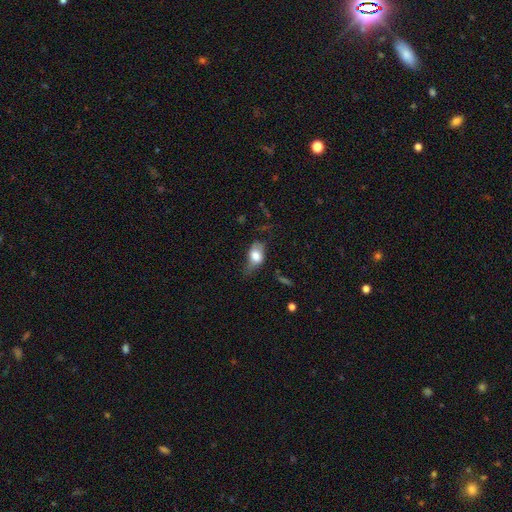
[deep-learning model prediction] A smooth galaxy with no disk features (71%) that is in between round and cigar-shaped (82%). Merging: none (37%).